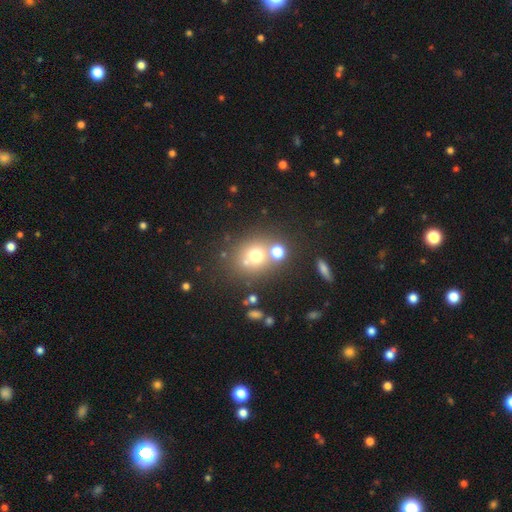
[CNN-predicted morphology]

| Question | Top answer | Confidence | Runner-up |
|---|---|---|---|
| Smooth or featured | smooth | 65% | star or artifact (18%) |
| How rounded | round | 79% | in between (20%) |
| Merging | none | 59% | merger (25%) |